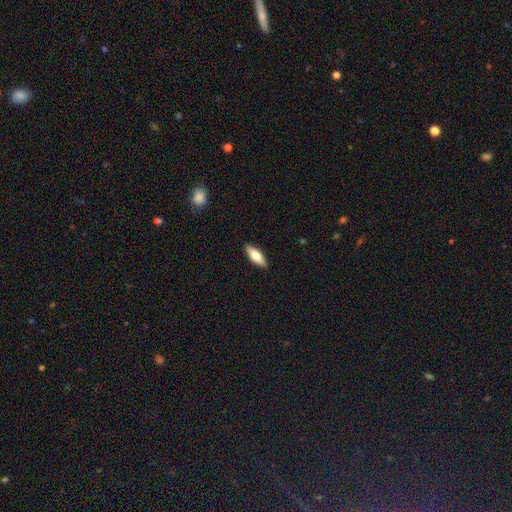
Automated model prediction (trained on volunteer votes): The model was most divided on "how rounded": in between: 61%, cigar-shaped: 36%, round: 2%. More confident: merging — none (89%); smooth or featured — smooth (62%).